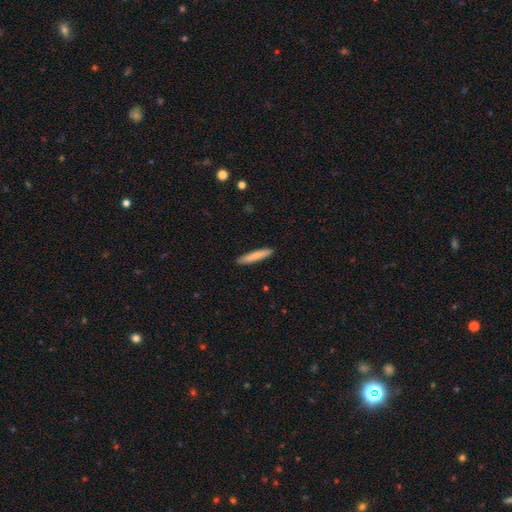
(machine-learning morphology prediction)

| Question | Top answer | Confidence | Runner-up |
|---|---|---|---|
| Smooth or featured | smooth | 80% | featured or disk (15%) |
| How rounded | cigar-shaped | 91% | in between (8%) |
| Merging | none | 90% | minor disturbance (7%) |